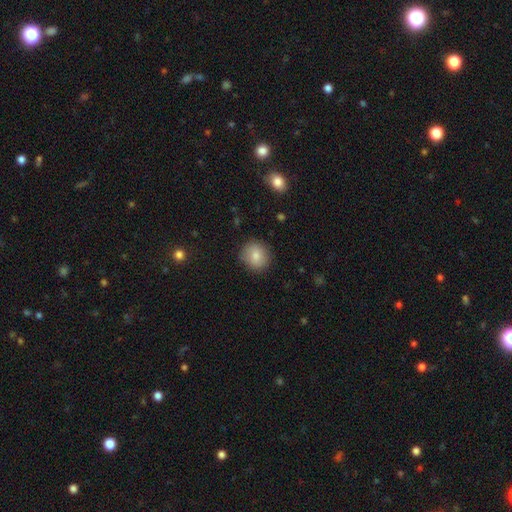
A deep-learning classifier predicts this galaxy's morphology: Overall: smooth (83%). How rounded: round (84%). Merging: none (86%).